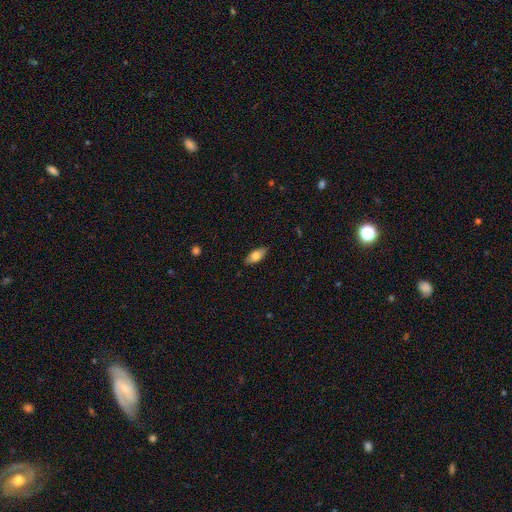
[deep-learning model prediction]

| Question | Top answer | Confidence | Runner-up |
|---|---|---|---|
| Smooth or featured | smooth | 74% | featured or disk (20%) |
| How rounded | in between | 83% | cigar-shaped (14%) |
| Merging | none | 86% | minor disturbance (11%) |